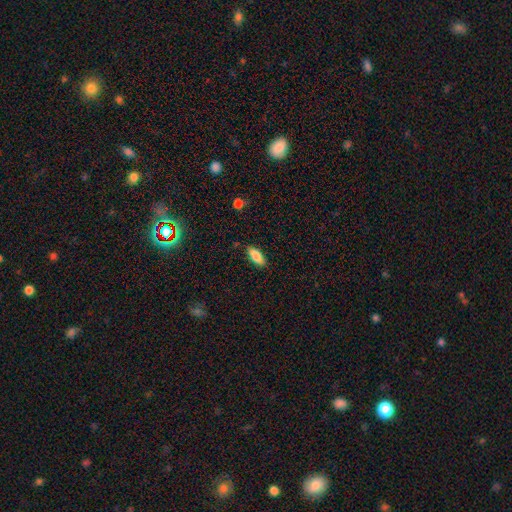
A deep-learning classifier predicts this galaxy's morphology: Smooth or featured? smooth (84%)
How rounded? in between (78%)
Merging? none (85%)